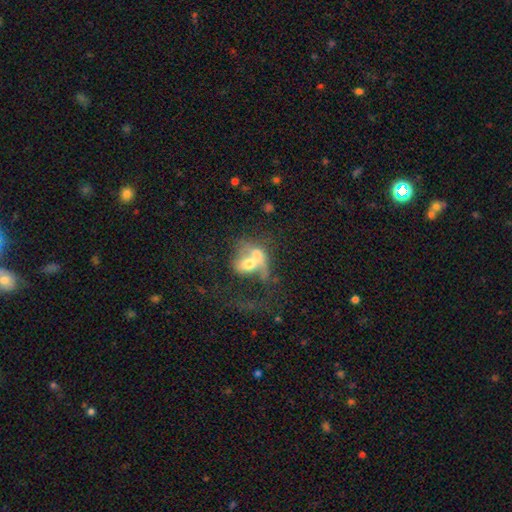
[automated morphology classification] smooth-or-featured: smooth: 46% | featured or disk: 43% | star or artifact: 11%
  merging: merger: 70% | major disturbance: 14% | none: 11% | minor disturbance: 6%